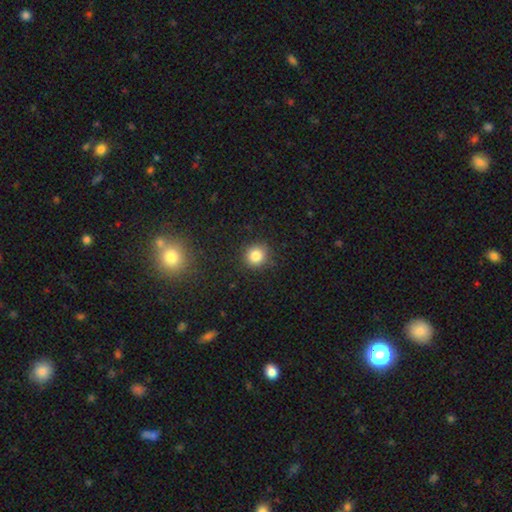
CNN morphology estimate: Q: Smooth or featured?
A: smooth (83%); runner-up: star or artifact (12%)
Q: How rounded?
A: round (90%); runner-up: in between (9%)
Q: Merging?
A: none (88%); runner-up: minor disturbance (8%)